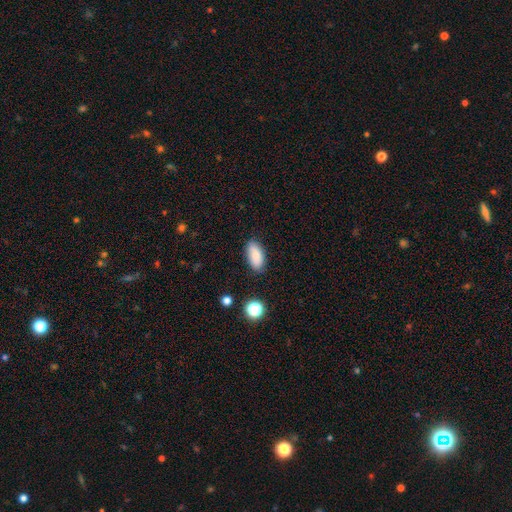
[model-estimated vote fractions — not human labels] smooth 84%, star or artifact 8%, featured or disk 8%. Down the decision tree: how rounded — in between (89%); merging — none (82%).